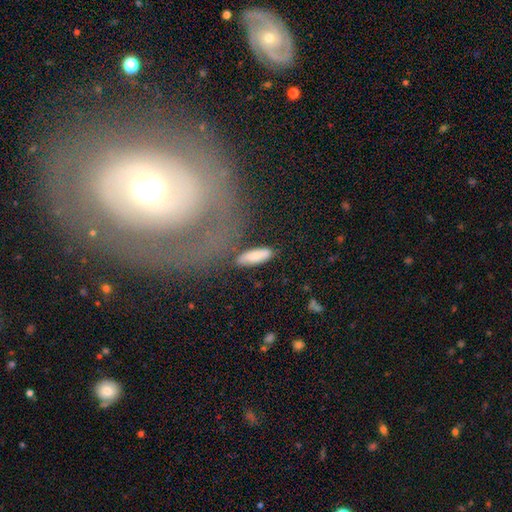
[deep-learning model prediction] Overall: smooth (82%). How rounded: in between (53%; cigar-shaped 45%). Merging: none (79%).